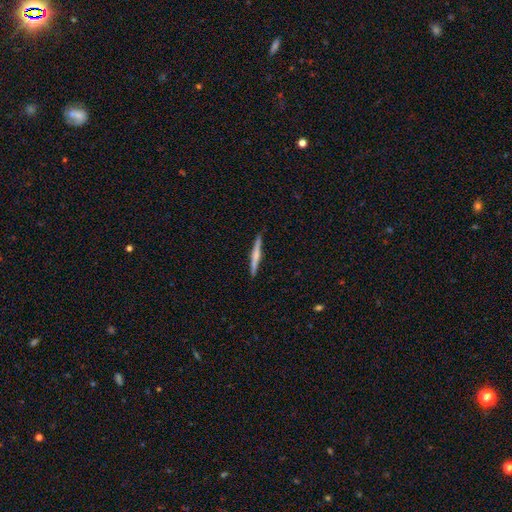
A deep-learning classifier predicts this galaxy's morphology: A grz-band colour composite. It shows a featured or disk galaxy (51%) viewed edge-on (98%). Merging: none (90%).